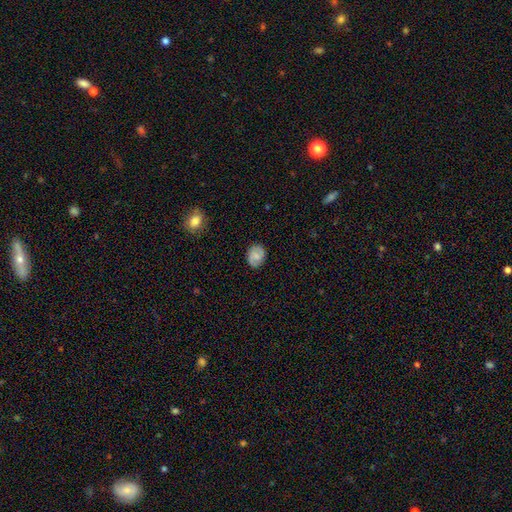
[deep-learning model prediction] smooth 55%, featured or disk 37%, star or artifact 8%. Down the decision tree: how rounded — in between (54%); merging — none (83%).